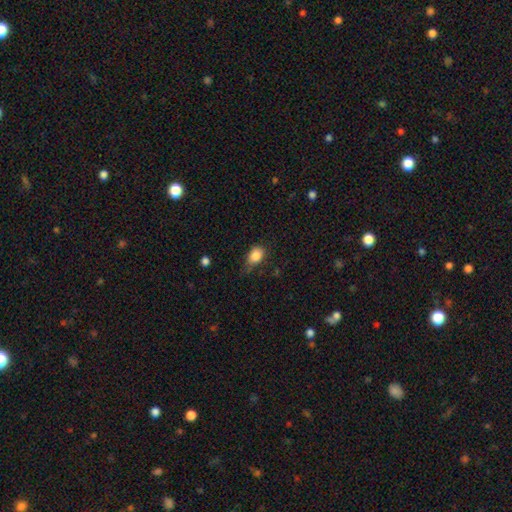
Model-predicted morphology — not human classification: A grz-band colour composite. It shows a smooth galaxy with no disk features (85%) that is in between round and cigar-shaped (77%). Merging: none (57%).